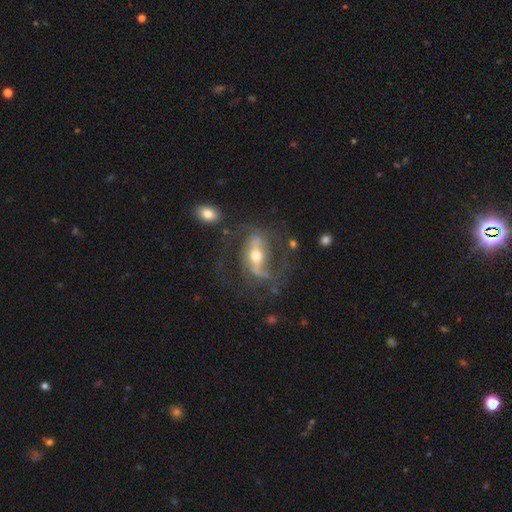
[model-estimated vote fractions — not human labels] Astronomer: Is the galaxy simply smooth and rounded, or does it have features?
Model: featured or disk — 86%.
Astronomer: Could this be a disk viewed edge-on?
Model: no — 91%.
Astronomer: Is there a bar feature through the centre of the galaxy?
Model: strong — 68%.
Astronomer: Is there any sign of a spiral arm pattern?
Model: yes — 88%.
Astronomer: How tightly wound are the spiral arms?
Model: medium — 46% (runner-up: loose, 39%).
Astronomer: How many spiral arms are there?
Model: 2 — 85%.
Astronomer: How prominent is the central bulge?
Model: moderate — 63%.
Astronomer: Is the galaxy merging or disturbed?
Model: none — 60%.